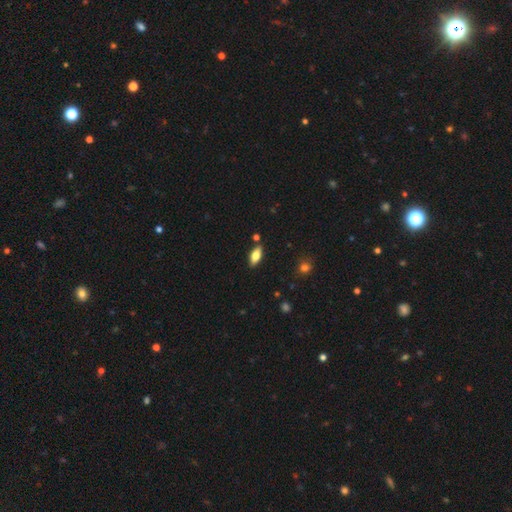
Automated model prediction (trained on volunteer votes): This appears to be a smooth galaxy with no disk features (73%) that is in between round and cigar-shaped (84%). Merging: none (84%).